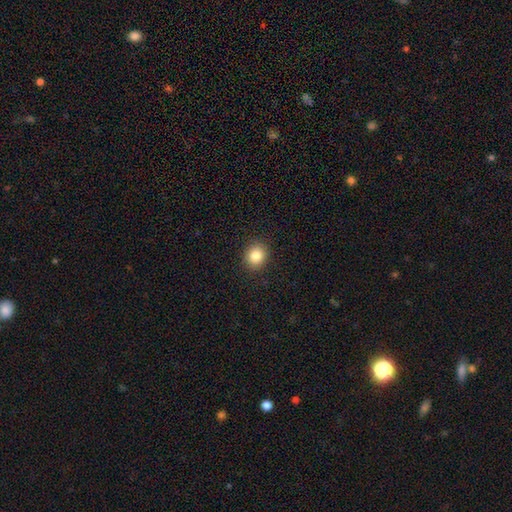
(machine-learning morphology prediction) This appears to be a smooth galaxy with no disk features (84%) that is round (77%). Merging: none (91%).